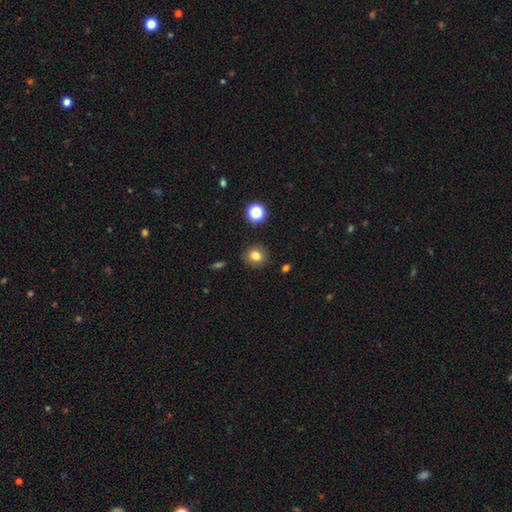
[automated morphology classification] Smooth or featured? Predicted: smooth (p=0.80). How rounded? Predicted: round (p=0.83). Merging? Predicted: none (p=0.89).